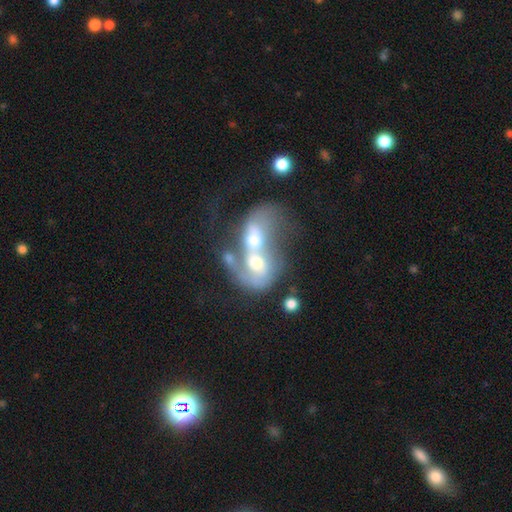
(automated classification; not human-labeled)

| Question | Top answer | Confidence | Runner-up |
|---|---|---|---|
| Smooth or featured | featured or disk | 66% | smooth (25%) |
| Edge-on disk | no | 96% | yes (4%) |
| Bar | no | 65% | weak (25%) |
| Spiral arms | yes | 62% | no (38%) |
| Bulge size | moderate | 62% | small (18%) |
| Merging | merger | 82% | major disturbance (9%) |